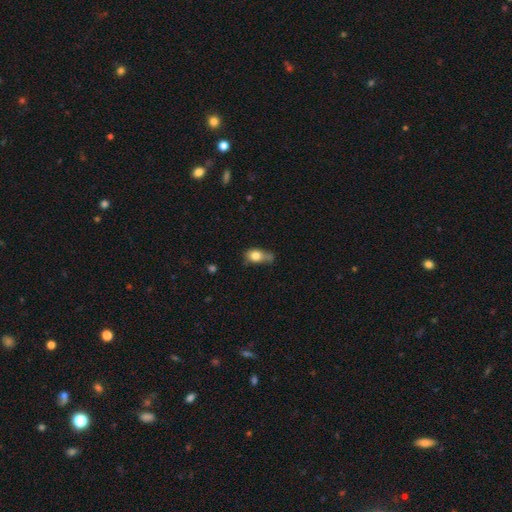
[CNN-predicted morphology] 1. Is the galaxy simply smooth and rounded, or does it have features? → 77% smooth, 14% featured or disk, 9% star or artifact.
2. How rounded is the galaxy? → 73% in between, 23% round, 4% cigar-shaped.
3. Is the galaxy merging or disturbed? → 36% minor disturbance (tied), 36% none (tied), 17% major disturbance, 12% merger.